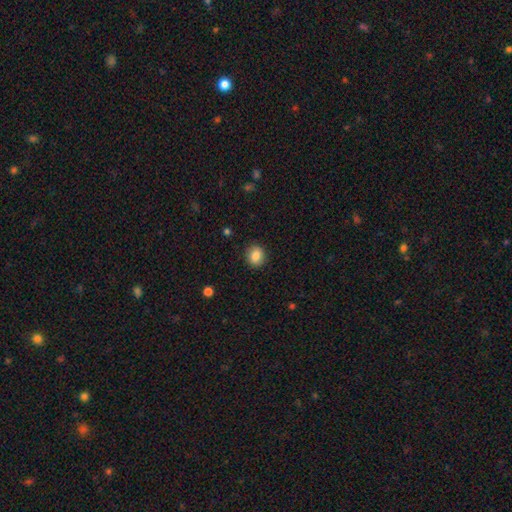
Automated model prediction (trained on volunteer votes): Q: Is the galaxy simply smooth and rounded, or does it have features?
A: smooth — 86%.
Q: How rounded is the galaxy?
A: round — 75%.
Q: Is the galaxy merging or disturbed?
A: none — 90%.